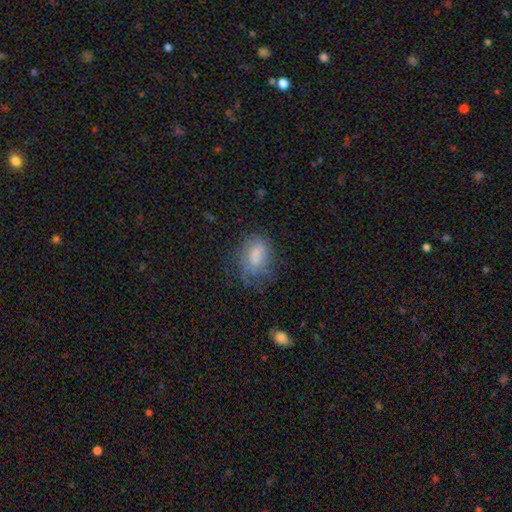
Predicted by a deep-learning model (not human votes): A smooth galaxy with no disk features (63%) that is in between round and cigar-shaped (74%).

Vote fractions:
- Smooth or featured? smooth: 63% / featured or disk: 26% / star or artifact: 12%
- How rounded? in between: 74% / round: 24% / cigar-shaped: 2%
- Merging? none: 43% / minor disturbance: 28% / major disturbance: 24% / merger: 5%